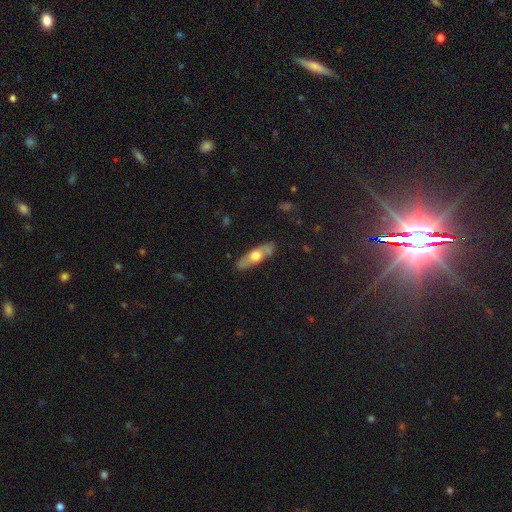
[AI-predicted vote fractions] Smooth or featured? smooth (47%, tied with featured or disk)
Merging? none (81%)